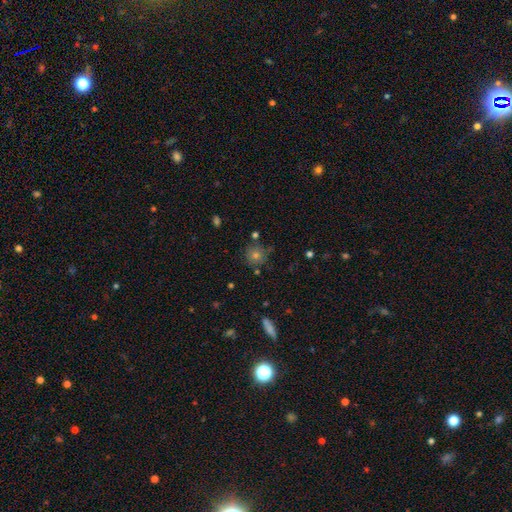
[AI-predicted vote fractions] Smooth or featured? smooth (63%)
How rounded? round (91%)
Merging? none (80%)